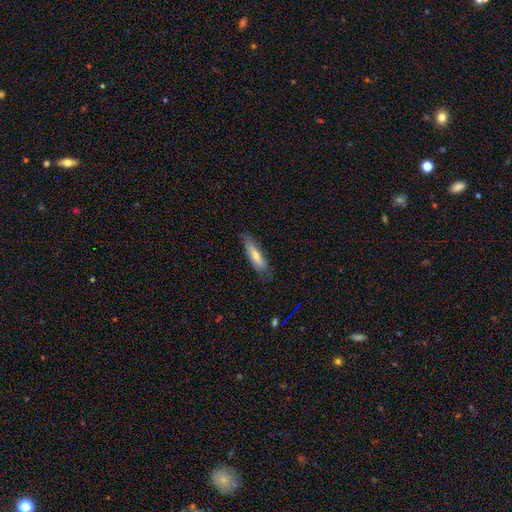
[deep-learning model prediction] Morphology: type=smooth (59%); roundness=cigar-shaped (71%); merging=none (77%).